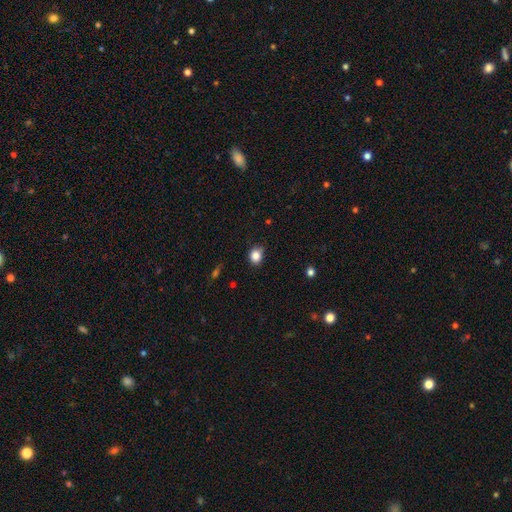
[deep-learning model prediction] Morphology: type=smooth (86%); roundness=round (60%); merging=none (77%).